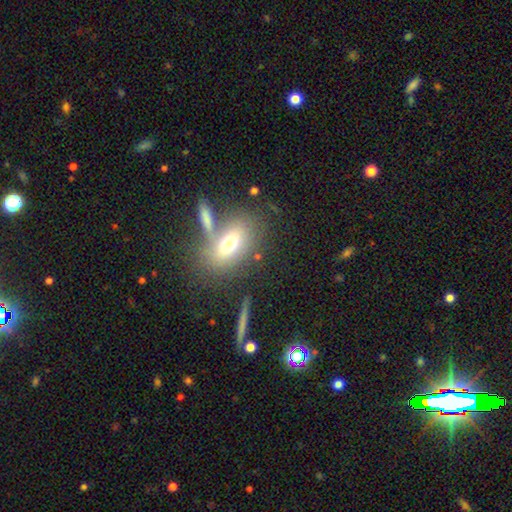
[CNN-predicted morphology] Smooth or featured? Predicted: smooth (p=0.58). How rounded? Predicted: in between (p=0.77). Merging? Predicted: none (p=0.63).